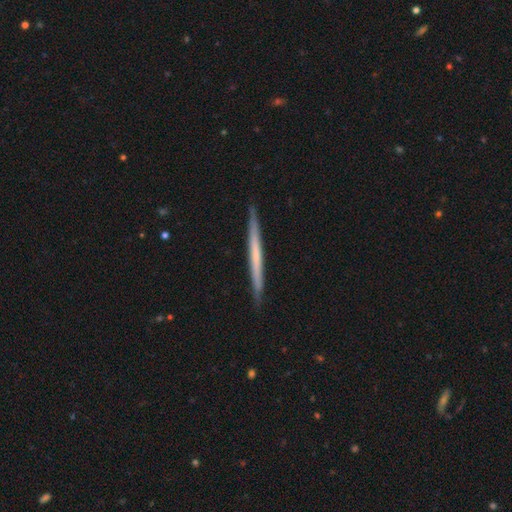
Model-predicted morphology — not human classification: A featured or disk galaxy (52%) viewed edge-on (97%) with no central bulge (89%).

Vote fractions:
- Smooth or featured? featured or disk: 52% / smooth: 43% / star or artifact: 5%
- Edge-on disk? yes: 97% / no: 3%
- Edge-on bulge? none: 89% / rounded: 8% / boxy: 4%
- Merging? none: 91% / minor disturbance: 6% / major disturbance: 1% / merger: 1%